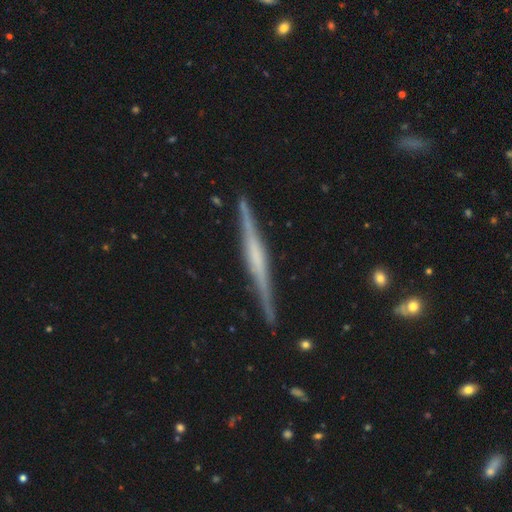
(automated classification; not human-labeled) This is likely a featured or disk galaxy (79%). It is clearly viewed edge-on (98%). Edge-on bulge: marginally boxy (34%, tied with none). Merging: clearly none (90%).